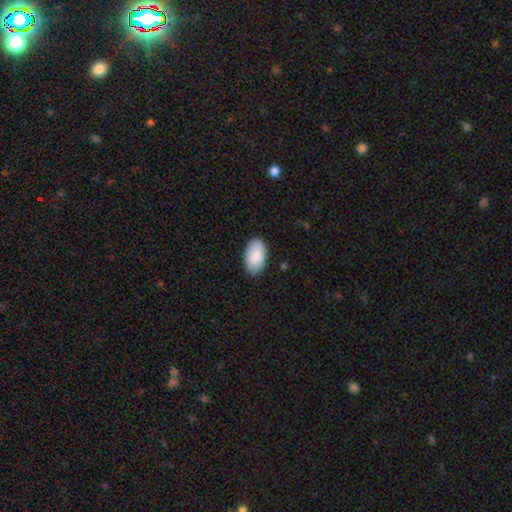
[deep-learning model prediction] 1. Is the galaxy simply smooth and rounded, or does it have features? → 90% smooth, 5% star or artifact, 5% featured or disk.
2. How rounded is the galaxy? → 96% in between, 3% round, 1% cigar-shaped.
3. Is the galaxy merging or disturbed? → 88% none, 9% minor disturbance, 2% major disturbance, 1% merger.